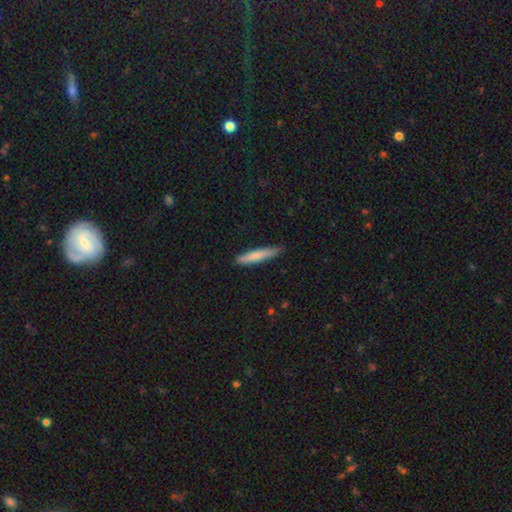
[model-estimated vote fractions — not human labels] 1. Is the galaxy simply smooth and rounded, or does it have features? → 76% smooth, 18% featured or disk, 6% star or artifact.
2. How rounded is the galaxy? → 91% cigar-shaped, 7% in between, 1% round.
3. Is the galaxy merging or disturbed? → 80% none, 17% minor disturbance, 2% major disturbance, 1% merger.